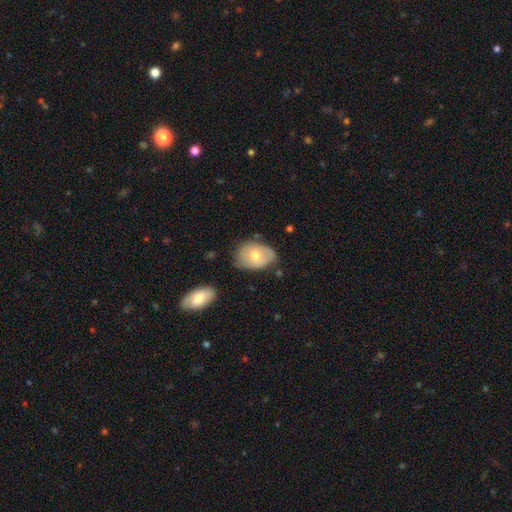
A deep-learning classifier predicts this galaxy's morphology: smooth_or_featured: smooth (p=0.65) [alt: featured or disk p=0.28]
how_rounded: in between (p=0.80) [alt: round p=0.19]
merging: none (p=0.58) [alt: minor disturbance p=0.32]